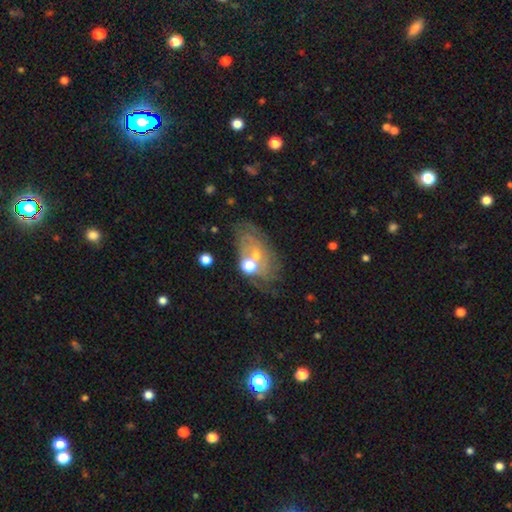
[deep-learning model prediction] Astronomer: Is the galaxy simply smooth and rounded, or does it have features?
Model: featured or disk — 57%.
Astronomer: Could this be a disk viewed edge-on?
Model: no — 91%.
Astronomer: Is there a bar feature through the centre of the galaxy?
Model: no — 77%.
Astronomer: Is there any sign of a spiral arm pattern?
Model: yes — 66%.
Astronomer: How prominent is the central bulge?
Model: moderate — 50% (runner-up: small, 40%).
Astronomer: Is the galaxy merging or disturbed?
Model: none — 61%.